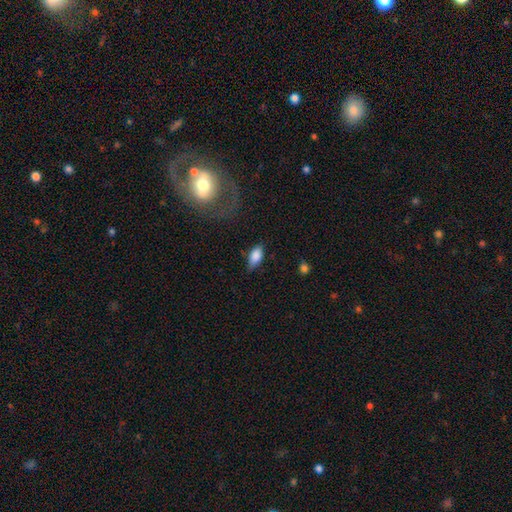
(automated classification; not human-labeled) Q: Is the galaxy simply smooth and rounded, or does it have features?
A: smooth — 84%.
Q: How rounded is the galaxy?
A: in between — 89%.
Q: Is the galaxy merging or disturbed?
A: none — 67%.